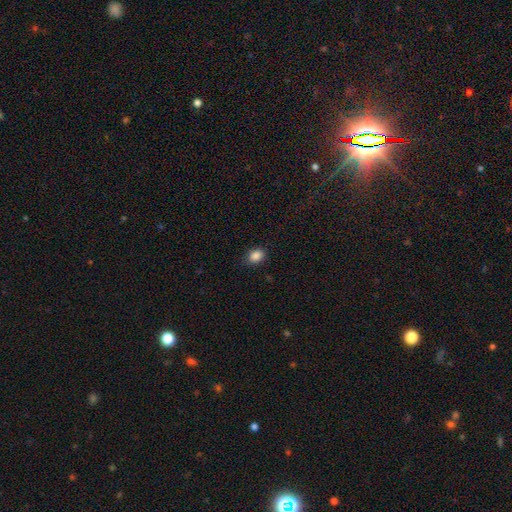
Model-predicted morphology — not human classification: type=smooth (87%); roundness=in between (61%); merging=none (81%).